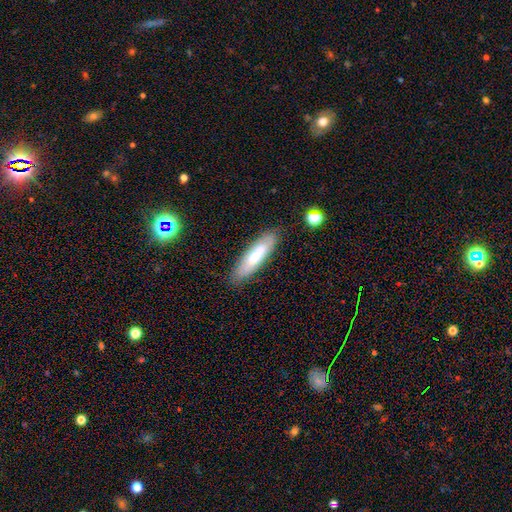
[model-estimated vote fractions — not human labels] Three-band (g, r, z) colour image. It shows a smooth galaxy with no disk features (68%) that is cigar-shaped (71%). Merging: none (84%).